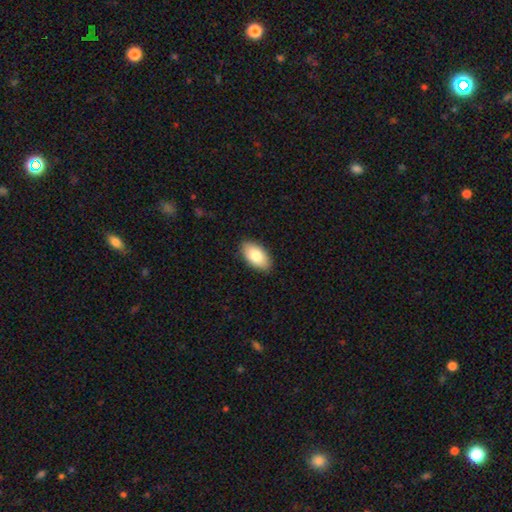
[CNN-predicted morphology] Smooth or featured? Predicted: smooth (p=0.80). How rounded? Predicted: in between (p=0.95). Merging? Predicted: none (p=0.89).